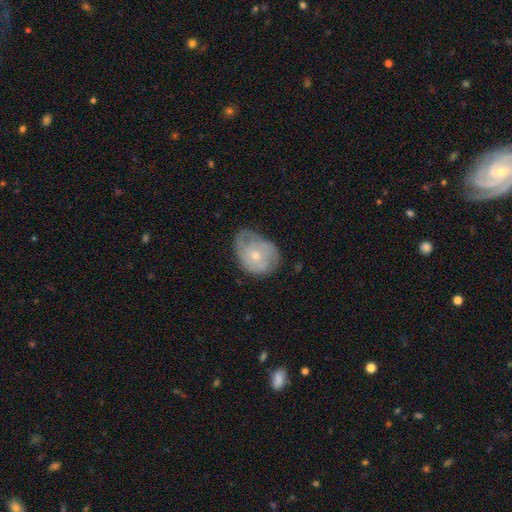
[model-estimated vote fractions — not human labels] Smooth or featured?
  - featured or disk: 52% *
  - smooth: 41%
  - star or artifact: 7%
Edge-on disk?
  - no: 96% *
  - yes: 4%
Bar?
  - no: 83% *
  - weak: 15%
  - strong: 2%
Spiral arms?
  - yes: 69% *
  - no: 31%
Bulge size?
  - small: 52% *
  - moderate: 44%
  - large: 2%
  - none: 1%
  - dominant: 1%
Merging?
  - none: 45% *
  - minor disturbance: 37%
  - major disturbance: 16%
  - merger: 2%